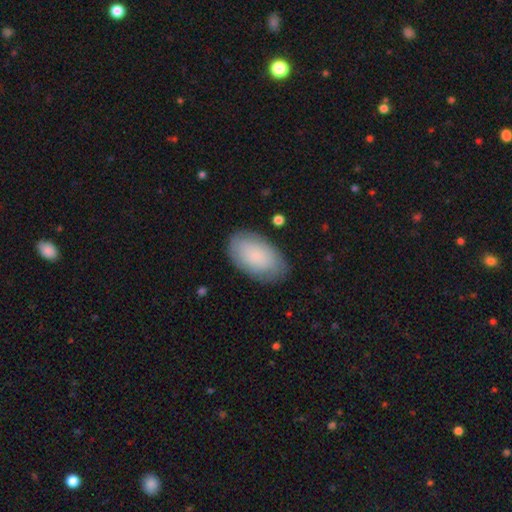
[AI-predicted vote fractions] smooth 76%, featured or disk 17%, star or artifact 7%. Down the decision tree: how rounded — in between (94%); merging — none (81%).